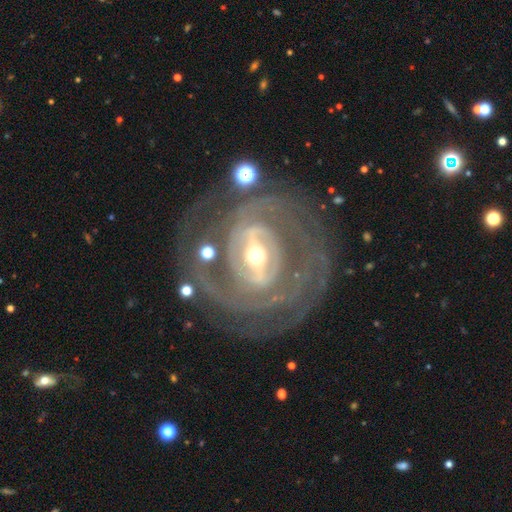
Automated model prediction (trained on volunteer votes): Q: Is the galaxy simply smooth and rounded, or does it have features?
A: featured or disk — 90%.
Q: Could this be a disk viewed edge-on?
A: no — 96%.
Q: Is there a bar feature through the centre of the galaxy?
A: strong — 60%.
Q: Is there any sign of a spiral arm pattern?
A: yes — 91%.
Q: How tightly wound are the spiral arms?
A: tight — 64%.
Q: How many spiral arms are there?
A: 2 — 36%.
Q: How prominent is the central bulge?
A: moderate — 55%.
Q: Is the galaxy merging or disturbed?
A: none — 71%.